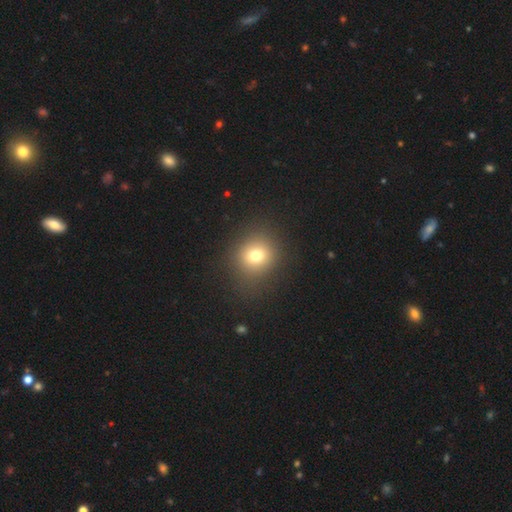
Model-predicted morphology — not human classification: type=smooth (74%); roundness=round (81%); merging=none (84%).